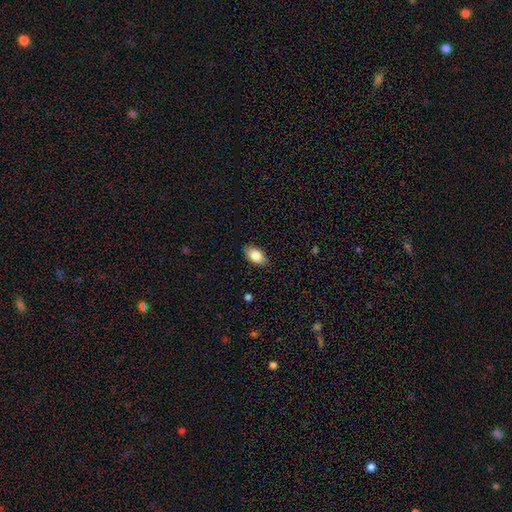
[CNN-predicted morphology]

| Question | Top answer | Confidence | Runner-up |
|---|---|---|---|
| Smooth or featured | smooth | 84% | featured or disk (9%) |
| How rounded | in between | 91% | round (7%) |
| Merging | none | 86% | minor disturbance (11%) |